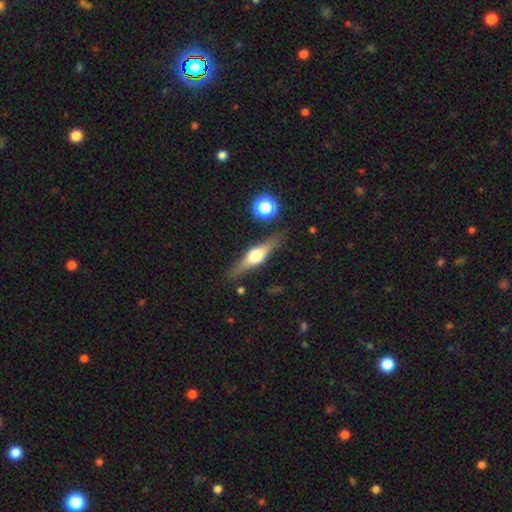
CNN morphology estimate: smooth-or-featured: featured or disk: 67% | smooth: 26% | star or artifact: 7%
  disk-edge-on: yes: 95% | no: 5%
    edge-on-bulge: rounded: 92% | boxy: 6% | none: 2%
  merging: none: 84% | minor disturbance: 11% | major disturbance: 3% | merger: 3%